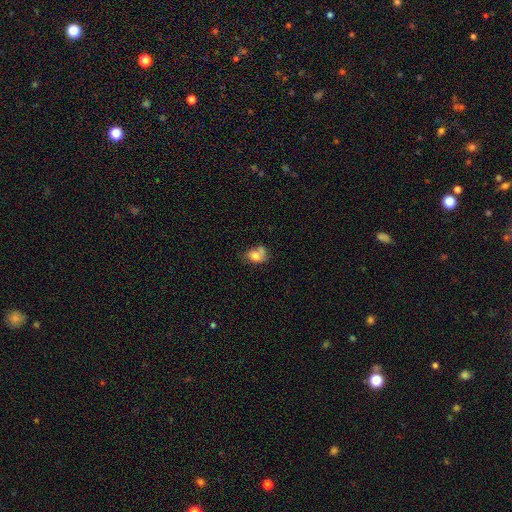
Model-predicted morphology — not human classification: A smooth galaxy with no disk features (66%) that is in between round and cigar-shaped (69%).

Vote fractions:
- Smooth or featured? smooth: 66% / featured or disk: 24% / star or artifact: 10%
- How rounded? in between: 69% / round: 30% / cigar-shaped: 1%
- Merging? none: 34% / minor disturbance: 26% / merger: 24% / major disturbance: 15%